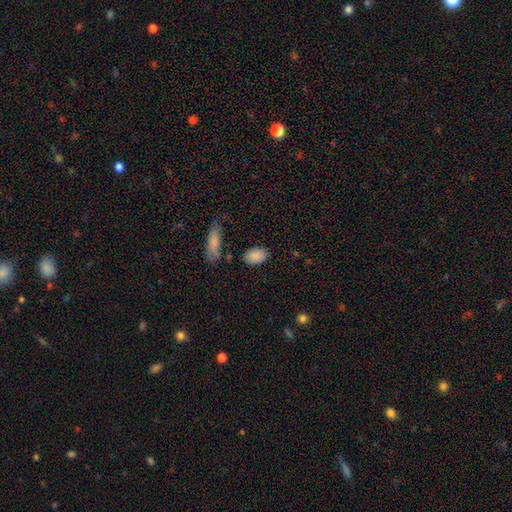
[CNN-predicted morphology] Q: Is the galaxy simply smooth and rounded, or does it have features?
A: smooth — 88%.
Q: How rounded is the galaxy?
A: in between — 90%.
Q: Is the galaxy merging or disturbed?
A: none — 81%.